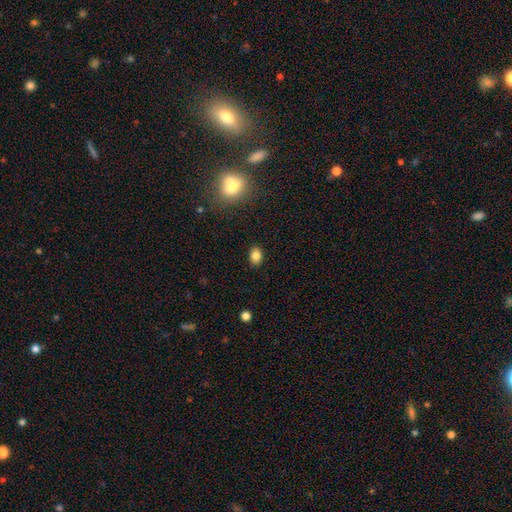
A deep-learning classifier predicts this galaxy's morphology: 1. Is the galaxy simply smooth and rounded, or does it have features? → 84% smooth, 10% star or artifact, 6% featured or disk.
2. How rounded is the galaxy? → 73% in between, 25% round, 1% cigar-shaped.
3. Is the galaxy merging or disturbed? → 88% none, 9% minor disturbance, 2% major disturbance, 1% merger.